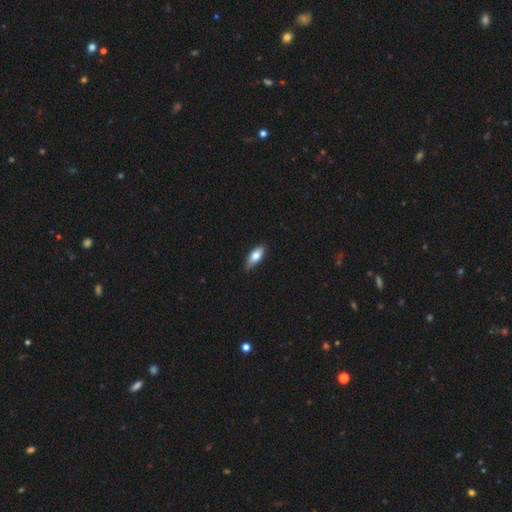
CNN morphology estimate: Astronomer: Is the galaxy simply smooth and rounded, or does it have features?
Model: smooth — 73%.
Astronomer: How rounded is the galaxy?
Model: in between — 76%.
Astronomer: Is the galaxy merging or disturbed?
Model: none — 69%.